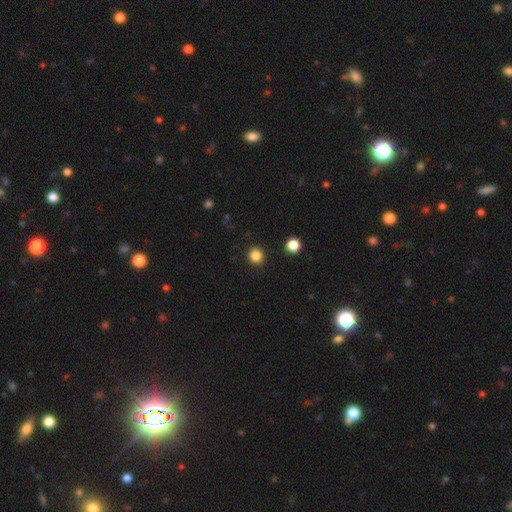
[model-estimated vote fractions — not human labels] Morphology: type=smooth (85%); roundness=round (89%); merging=none (91%).